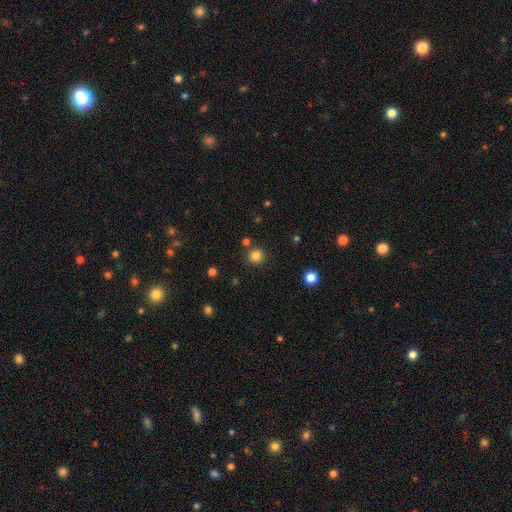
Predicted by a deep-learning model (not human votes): A smooth galaxy with no disk features (83%) that is round (94%). Merging: none (85%).